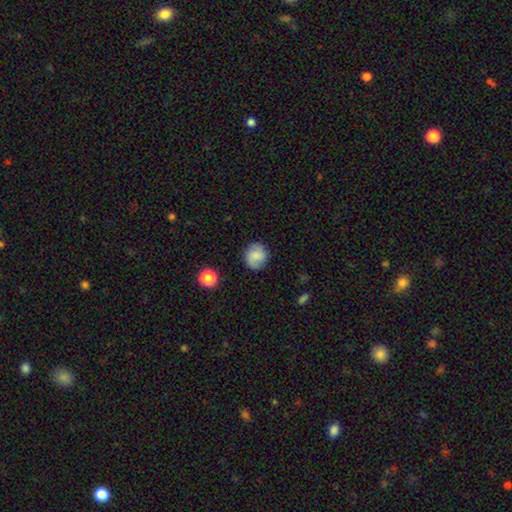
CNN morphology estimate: Smooth or featured? Predicted: smooth (p=0.58). How rounded? Predicted: round (p=0.81). Merging? Predicted: none (p=0.81).